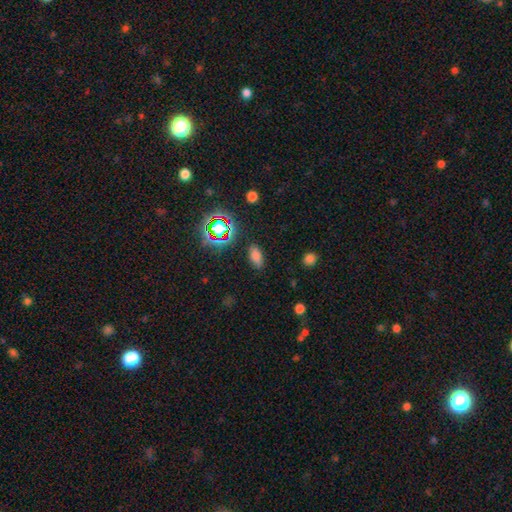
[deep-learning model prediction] Q: Smooth or featured?
A: smooth (72%); runner-up: star or artifact (19%)
Q: How rounded?
A: in between (88%); runner-up: cigar-shaped (7%)
Q: Merging?
A: none (84%); runner-up: minor disturbance (11%)